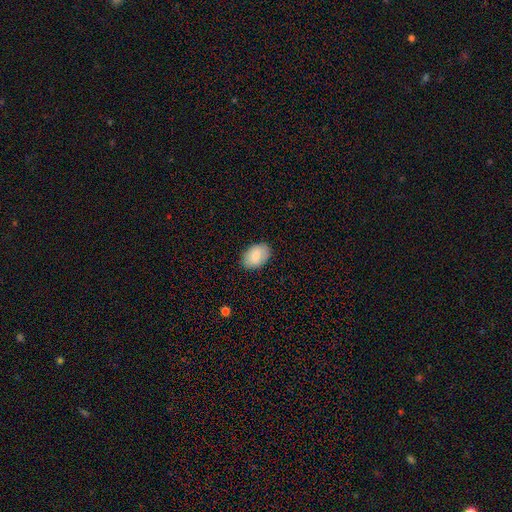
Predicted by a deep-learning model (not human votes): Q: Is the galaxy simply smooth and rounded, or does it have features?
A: smooth — 84%.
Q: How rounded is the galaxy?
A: in between — 88%.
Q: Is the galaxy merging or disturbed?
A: none — 85%.